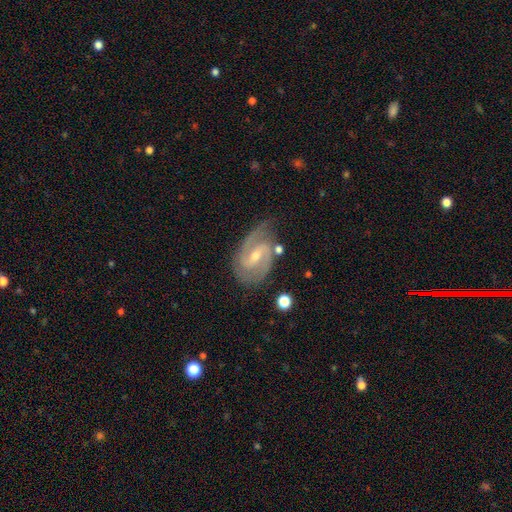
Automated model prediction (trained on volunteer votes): Morphology: type=featured or disk (89%); edge-on=no (97%); bar=weak (50%); spiral arms=yes (97%); winding=medium (52%); arm count=2 (87%); bulge=small (56%); merging=none (73%).